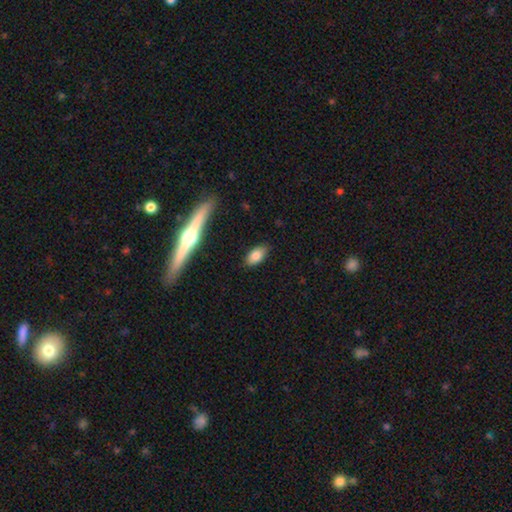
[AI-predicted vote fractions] A smooth galaxy with no disk features (80%) that is in between round and cigar-shaped (89%).

Vote fractions:
- Smooth or featured? smooth: 80% / featured or disk: 12% / star or artifact: 8%
- How rounded? in between: 89% / round: 6% / cigar-shaped: 5%
- Merging? none: 86% / minor disturbance: 10% / major disturbance: 2% / merger: 2%